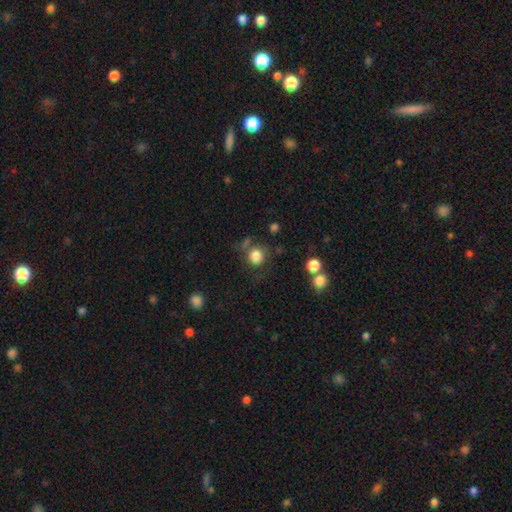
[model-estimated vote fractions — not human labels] smooth-or-featured: smooth: 82% | star or artifact: 10% | featured or disk: 8%
  how-rounded: round: 86% | in between: 13% | cigar-shaped: 1%
  merging: none: 65% | minor disturbance: 16% | major disturbance: 9% | merger: 9%